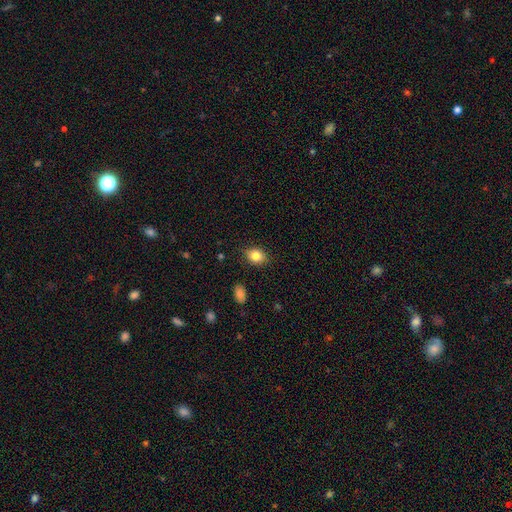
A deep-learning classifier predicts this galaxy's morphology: This is clearly a smooth galaxy (84%). How rounded: possibly in between (56%). Merging: clearly none (87%).